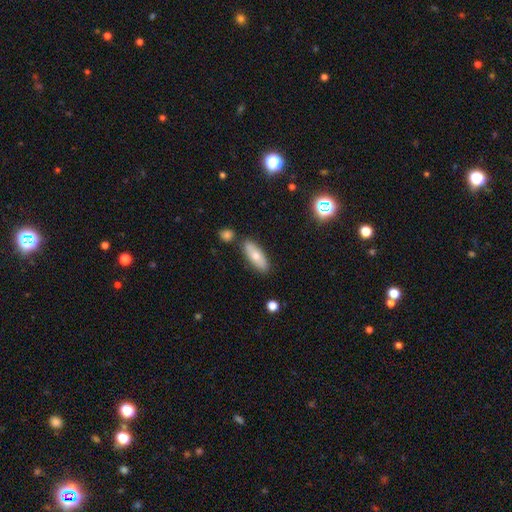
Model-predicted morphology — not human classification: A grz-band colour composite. It shows a smooth galaxy with no disk features (70%) that is in between round and cigar-shaped (65%). Merging: none (80%).